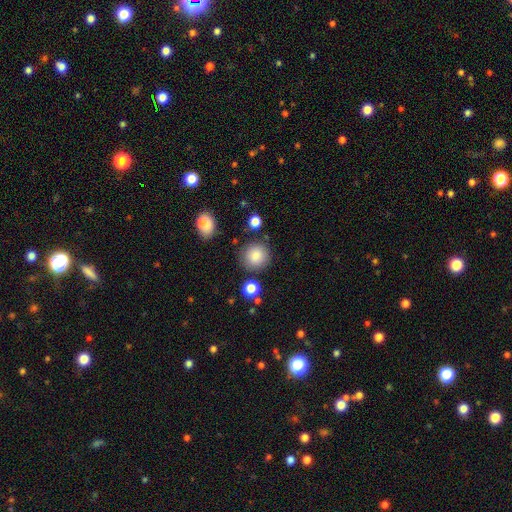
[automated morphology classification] This appears to be a smooth galaxy with no disk features (86%) that is round (91%). Merging: none (84%).